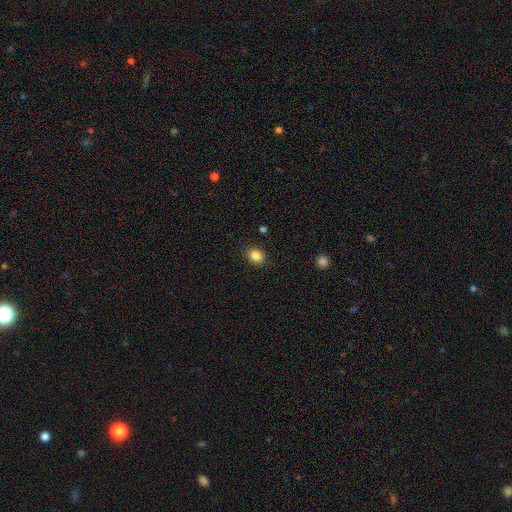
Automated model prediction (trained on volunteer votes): Smooth or featured?
  - smooth: 86% *
  - star or artifact: 10%
  - featured or disk: 5%
How rounded?
  - in between: 50% *
  - round: 49%
  - cigar-shaped: 1%
Merging?
  - none: 87% *
  - minor disturbance: 9%
  - major disturbance: 2%
  - merger: 1%